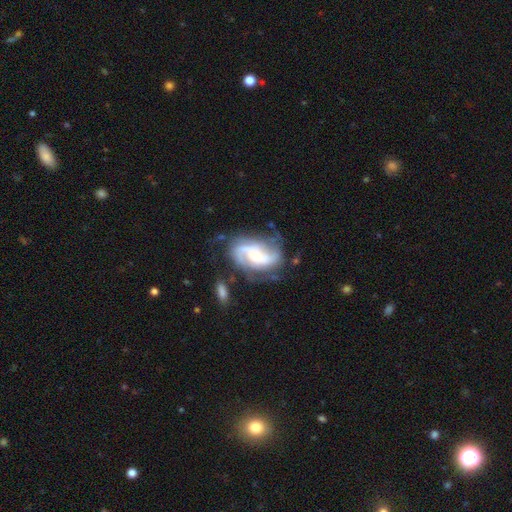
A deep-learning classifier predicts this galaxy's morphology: The model was most divided on "bulge size": moderate: 53%, small: 39%, large: 6%, none: 1%, dominant: 1%. Remaining: edge-on disk — no (97%); spiral arms — yes (95%); smooth or featured — featured or disk (86%); spiral arm count — 2 (66%); merging — none (61%); bar — no (51%); spiral winding — medium (45%).